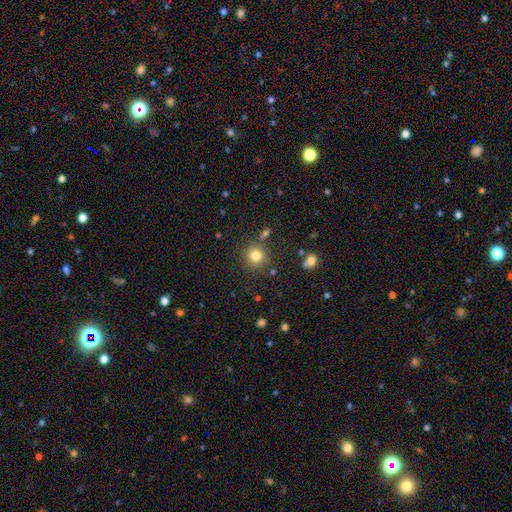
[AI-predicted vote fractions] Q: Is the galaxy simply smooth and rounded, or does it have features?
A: smooth — 81%.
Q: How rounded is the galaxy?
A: round — 93%.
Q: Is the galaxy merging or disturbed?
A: none — 82%.